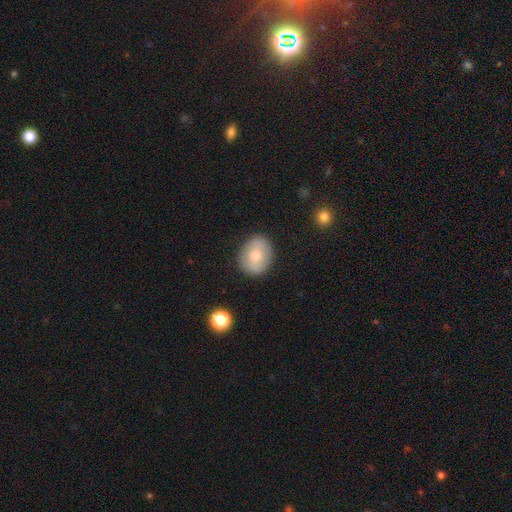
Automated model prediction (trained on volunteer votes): This appears to be a smooth galaxy with no disk features (67%) that is round (57%). Merging: none (86%).